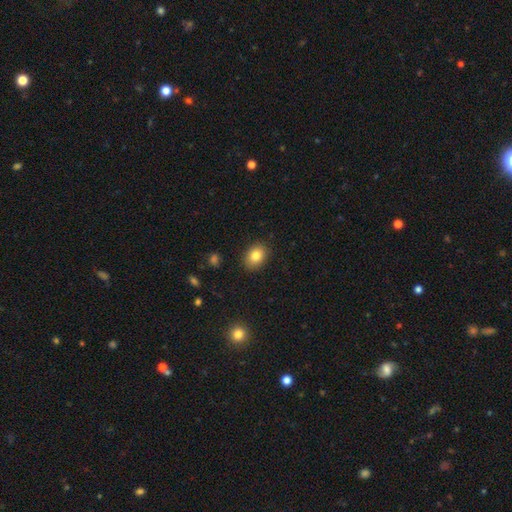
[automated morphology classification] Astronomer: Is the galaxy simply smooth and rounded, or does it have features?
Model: smooth — 83%.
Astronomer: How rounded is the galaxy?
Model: in between — 67%.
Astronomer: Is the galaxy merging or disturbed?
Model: none — 88%.